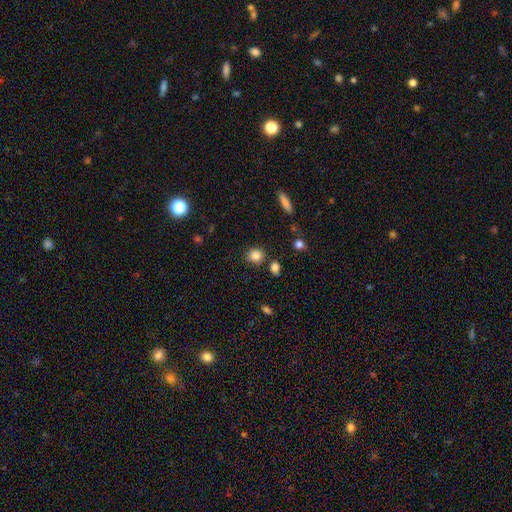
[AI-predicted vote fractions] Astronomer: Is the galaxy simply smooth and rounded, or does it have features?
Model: smooth — 84%.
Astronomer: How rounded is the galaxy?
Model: round — 76%.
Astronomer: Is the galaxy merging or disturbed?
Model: none — 82%.